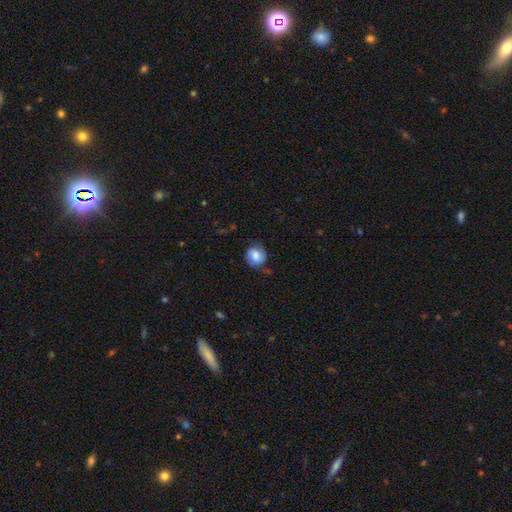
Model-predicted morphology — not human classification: A smooth galaxy with no disk features (68%) that is round (77%).

Vote fractions:
- Smooth or featured? smooth: 68% / featured or disk: 24% / star or artifact: 8%
- How rounded? round: 77% / in between: 22% / cigar-shaped: 1%
- Merging? none: 67% / minor disturbance: 23% / major disturbance: 7% / merger: 2%